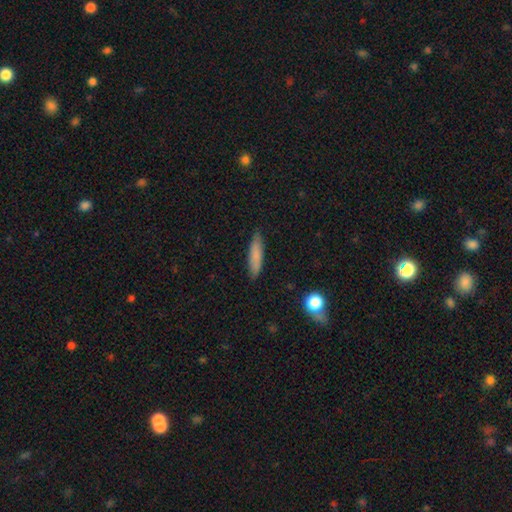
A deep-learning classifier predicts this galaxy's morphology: type=smooth (78%); roundness=cigar-shaped (79%); merging=none (86%).